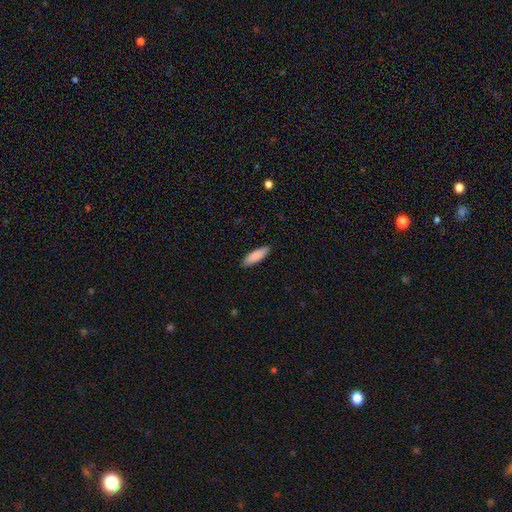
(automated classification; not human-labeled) The model was most divided on "how rounded": cigar-shaped: 52%, in between: 47%, round: 2%. More confident: merging — none (89%); smooth or featured — smooth (85%).